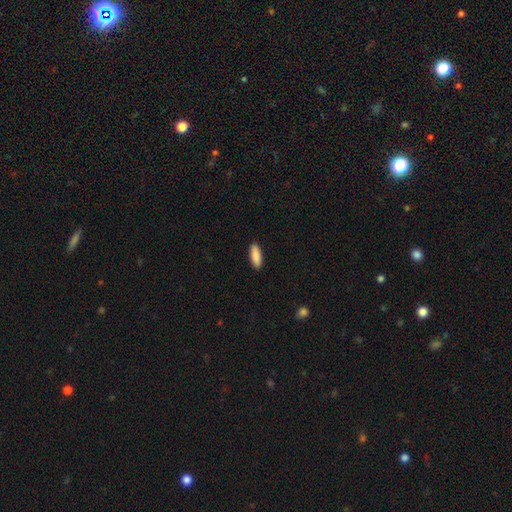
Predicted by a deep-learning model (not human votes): Morphology: type=smooth (90%); roundness=in between (60%); merging=none (90%).